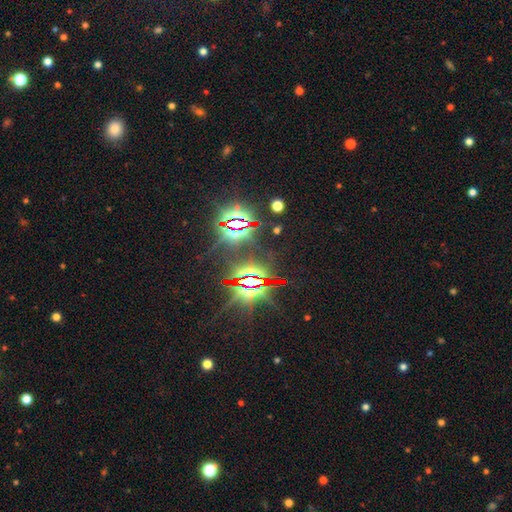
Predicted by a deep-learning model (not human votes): This appears to be a star or artifact, not a galaxy (86%).